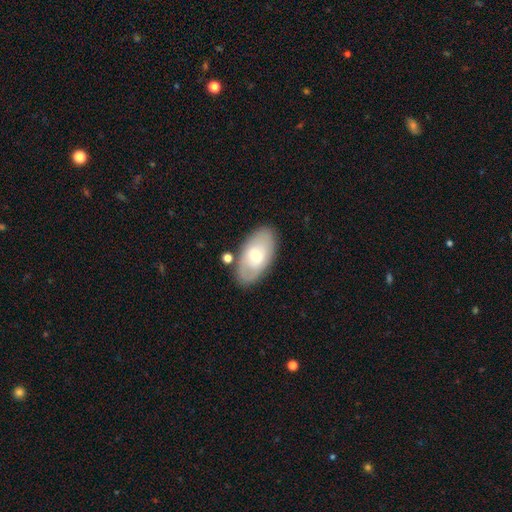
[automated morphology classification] Smooth or featured? Predicted: smooth (p=0.55). How rounded? Predicted: in between (p=0.93). Merging? Predicted: none (p=0.77).